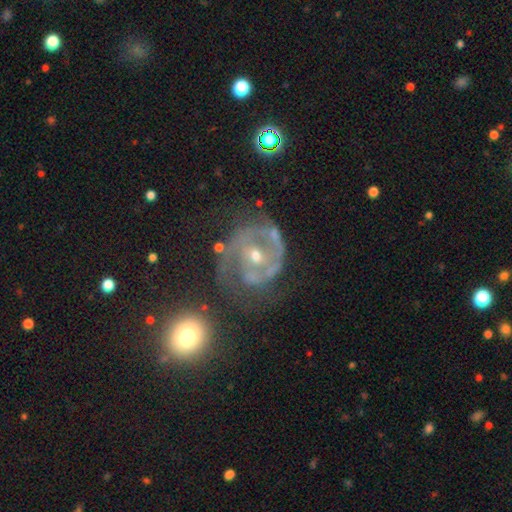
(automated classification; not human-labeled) Overall: featured or disk (82%). Edge-on disk: no (97%). Bar: no (56%; weak 31%). Spiral arms: yes (82%). Spiral arm count: 2 (50%; can't tell 22%). Spiral winding: tight (46%; medium 40%). Bulge size: moderate (48%, tied with small). Merging: none (50%; minor disturbance 22%).